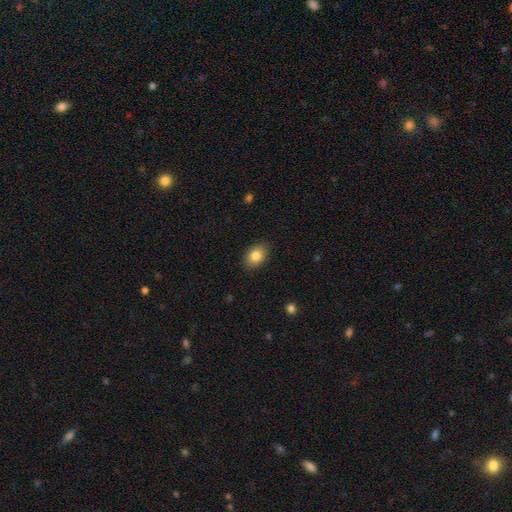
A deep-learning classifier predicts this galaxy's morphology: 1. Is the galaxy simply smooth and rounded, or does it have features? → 83% smooth, 9% featured or disk, 9% star or artifact.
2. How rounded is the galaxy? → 78% in between, 21% round, 1% cigar-shaped.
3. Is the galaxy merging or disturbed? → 87% none, 10% minor disturbance, 2% major disturbance, 1% merger.